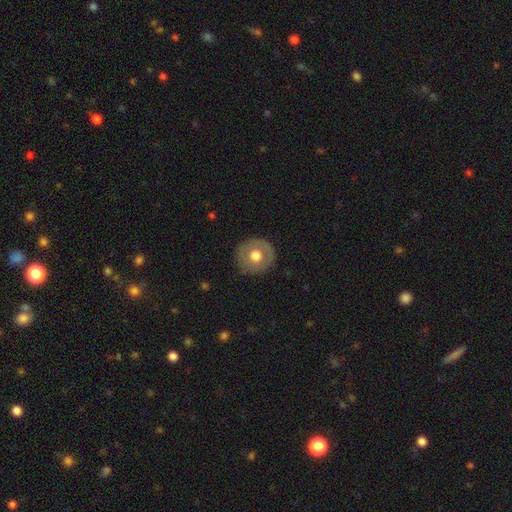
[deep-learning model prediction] Morphology: type=smooth (61%); roundness=round (94%); merging=none (87%).